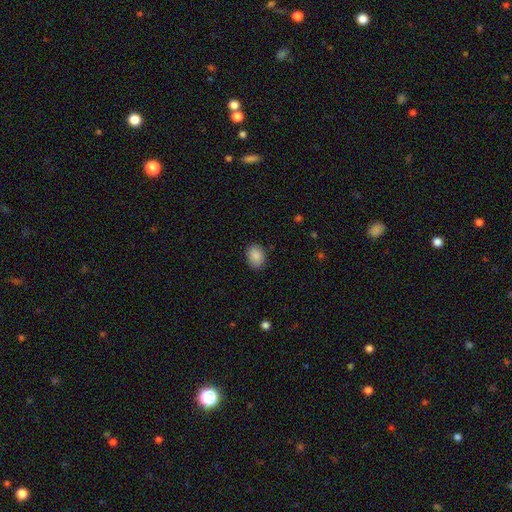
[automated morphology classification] This appears to be a smooth galaxy with no disk features (88%) that is in between round and cigar-shaped (62%). Merging: none (87%).